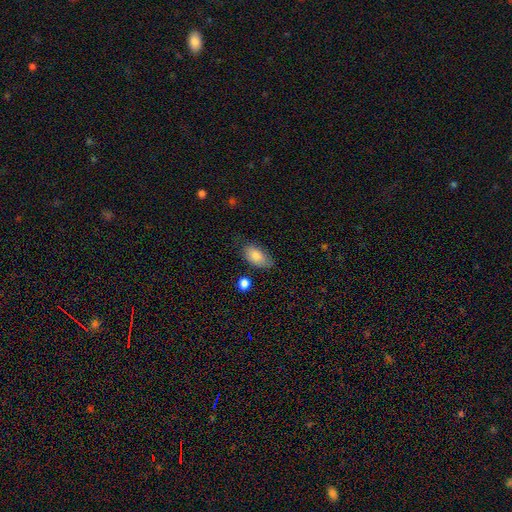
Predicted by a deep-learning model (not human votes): A smooth galaxy with no disk features (85%) that is in between round and cigar-shaped (93%).

Vote fractions:
- Smooth or featured? smooth: 85% / featured or disk: 8% / star or artifact: 7%
- How rounded? in between: 93% / round: 4% / cigar-shaped: 3%
- Merging? none: 67% / minor disturbance: 24% / major disturbance: 6% / merger: 3%